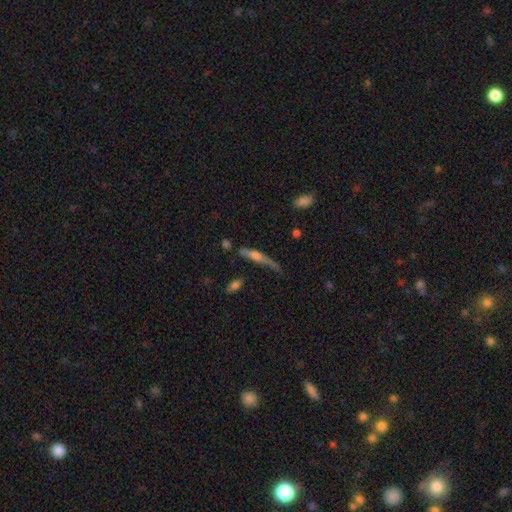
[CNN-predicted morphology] type=featured or disk (53%); edge-on=yes (89%); merging=none (47%).